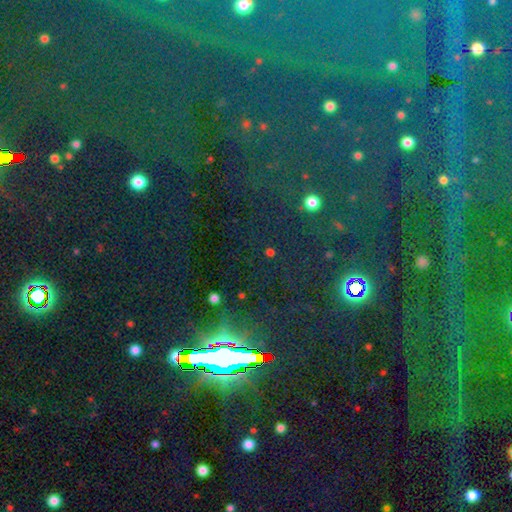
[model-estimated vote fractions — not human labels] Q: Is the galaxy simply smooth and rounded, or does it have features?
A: star or artifact — 81%.